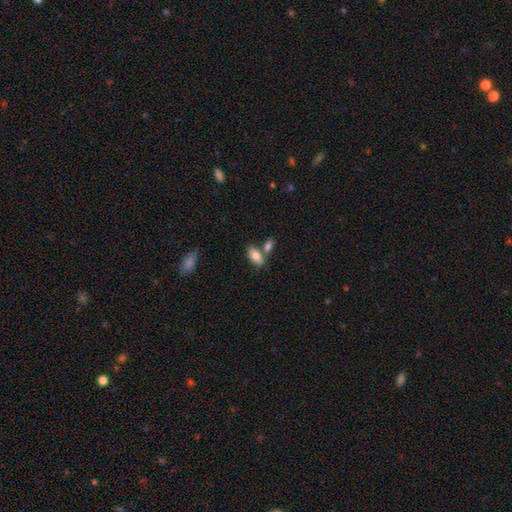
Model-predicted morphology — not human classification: The model was most divided on "merging": none: 56%, merger: 29%, minor disturbance: 12%, major disturbance: 3%. More confident: how rounded — in between (91%); smooth or featured — smooth (82%).